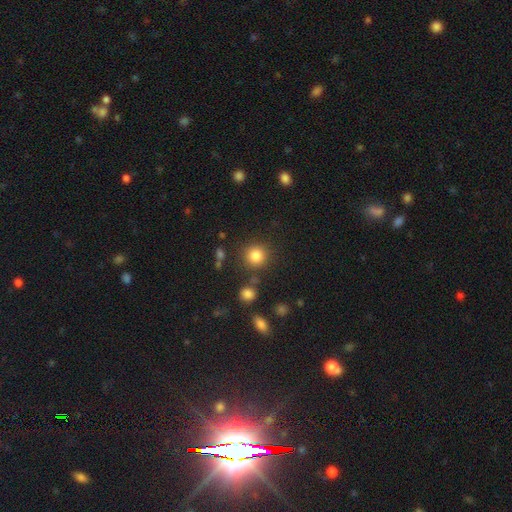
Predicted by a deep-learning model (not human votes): The model was most divided on "smooth or featured": smooth: 84%, star or artifact: 11%, featured or disk: 5%. More confident: how rounded — round (92%); merging — none (84%).